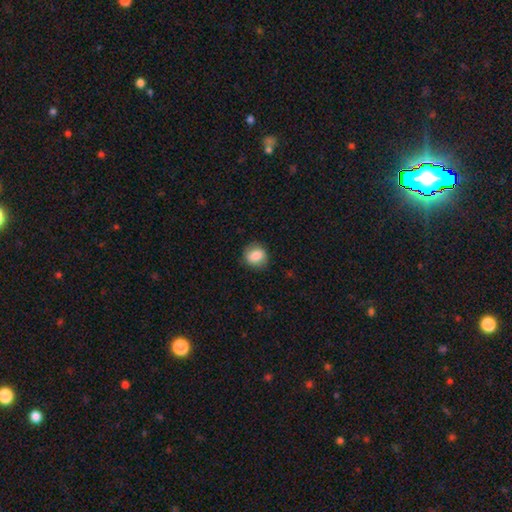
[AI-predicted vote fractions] A smooth galaxy with no disk features (80%) that is round (78%). Merging: none (83%).